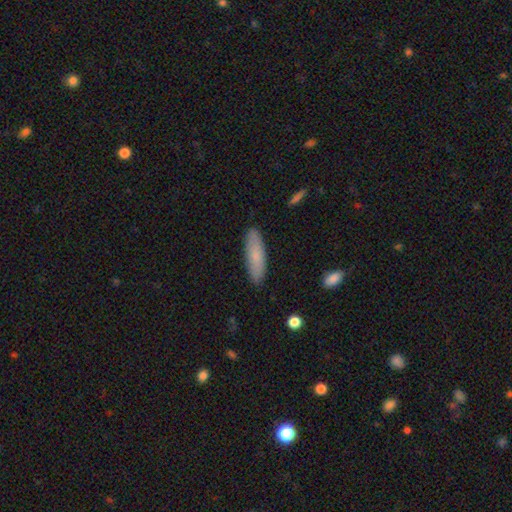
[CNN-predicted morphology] The model was most divided on "how rounded": cigar-shaped: 63%, in between: 36%, round: 2%. More confident: merging — none (88%); smooth or featured — smooth (78%).